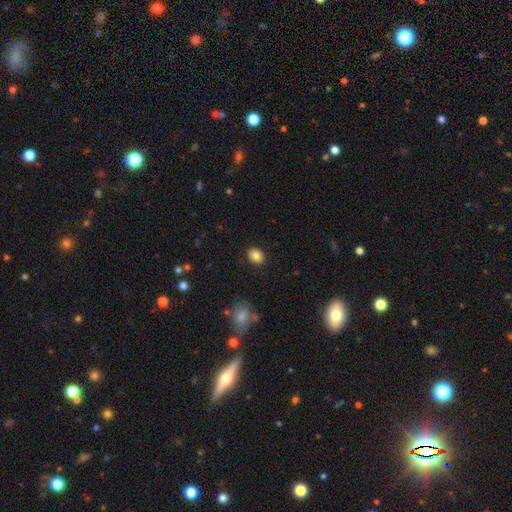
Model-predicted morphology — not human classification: Smooth or featured? smooth (84%)
How rounded? in between (62%)
Merging? none (88%)